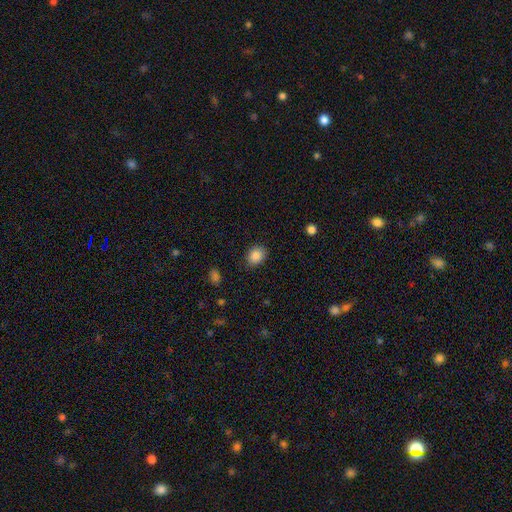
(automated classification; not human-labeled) Smooth or featured: smooth — 86% (star or artifact — 9%)
How rounded: in between — 50% (round — 49%)
Merging: none — 85% (minor disturbance — 11%)